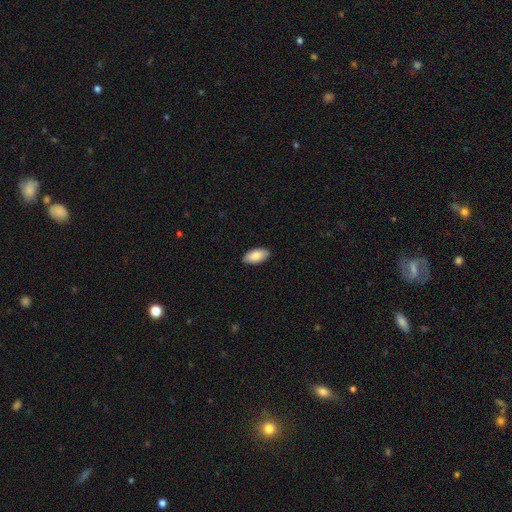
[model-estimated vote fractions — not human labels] The model was most divided on "smooth or featured": smooth: 86%, featured or disk: 8%, star or artifact: 6%. More confident: how rounded — in between (95%); merging — none (89%).